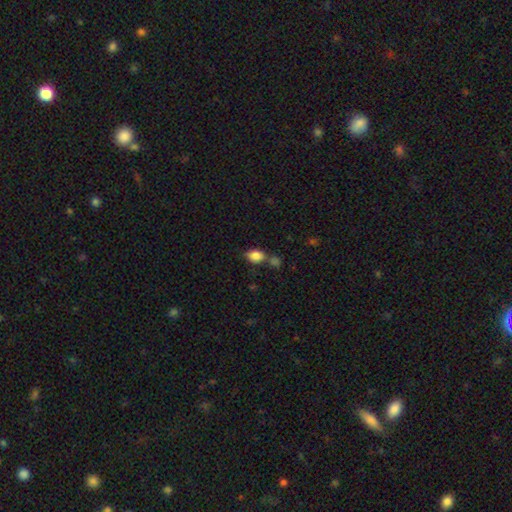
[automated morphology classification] type=smooth (84%); roundness=in between (74%); merging=none (51%).